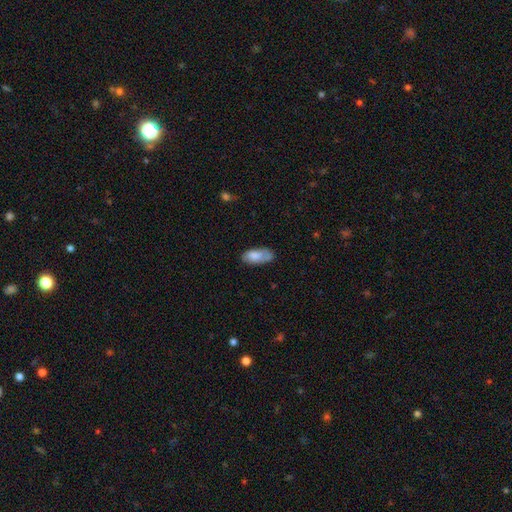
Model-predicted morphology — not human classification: Overall: smooth (77%). How rounded: in between (87%). Merging: none (60%; minor disturbance 28%).